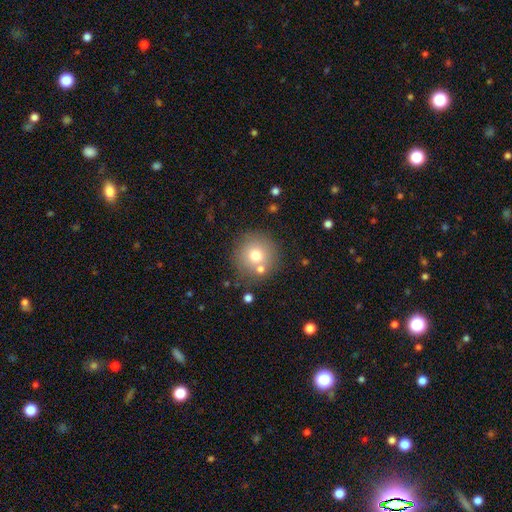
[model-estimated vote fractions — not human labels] Morphology: type=smooth (72%); roundness=round (94%); merging=none (74%).